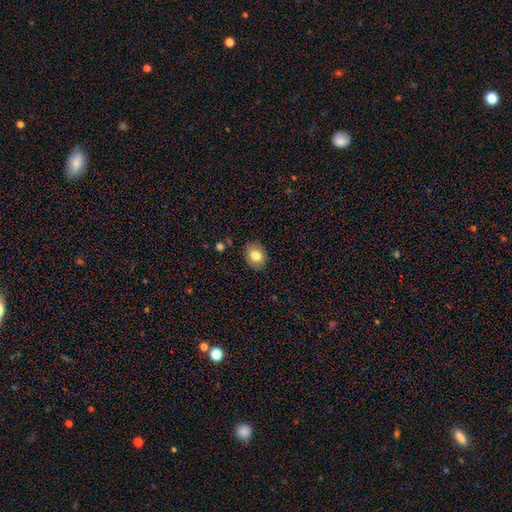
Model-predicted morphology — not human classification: Overall: smooth (82%). How rounded: round (54%; in between 45%). Merging: none (86%).